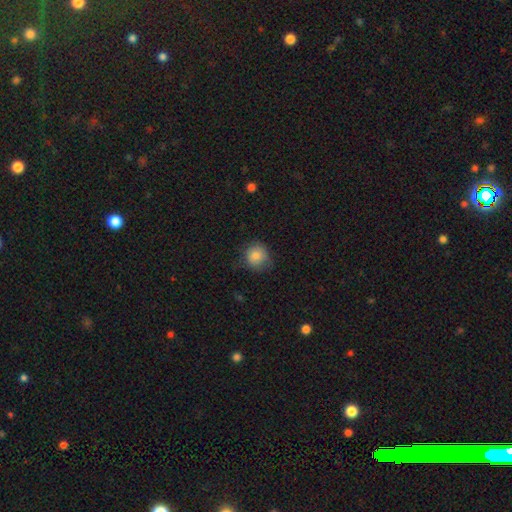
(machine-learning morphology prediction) A smooth galaxy with no disk features (82%) that is round (87%). Merging: none (69%).